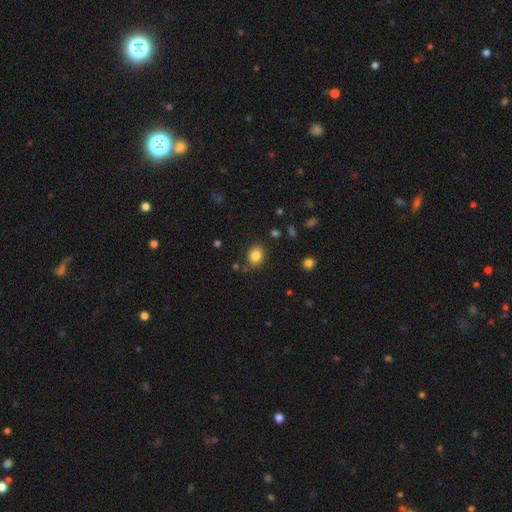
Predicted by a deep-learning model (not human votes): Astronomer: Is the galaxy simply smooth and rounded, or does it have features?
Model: smooth — 83%.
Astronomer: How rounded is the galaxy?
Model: in between — 58% (runner-up: round, 41%).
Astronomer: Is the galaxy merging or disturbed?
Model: none — 82%.